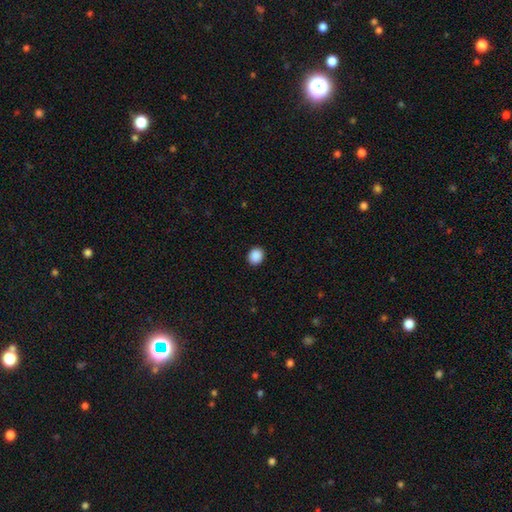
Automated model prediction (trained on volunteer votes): This appears to be a smooth galaxy with no disk features (90%) that is round (69%). Merging: none (92%).